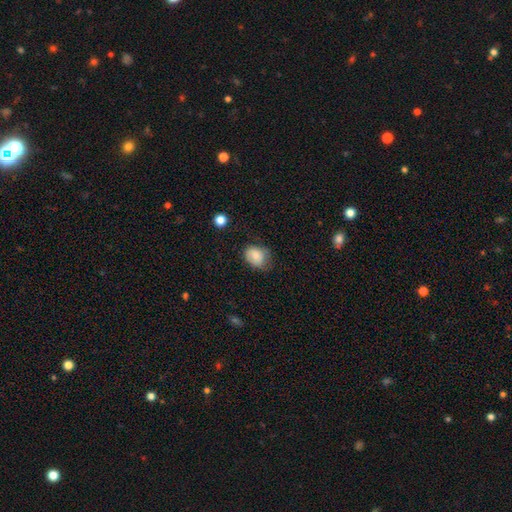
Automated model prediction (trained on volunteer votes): smooth 77%, featured or disk 14%, star or artifact 8%. Down the decision tree: how rounded — in between (60%); merging — none (53%).